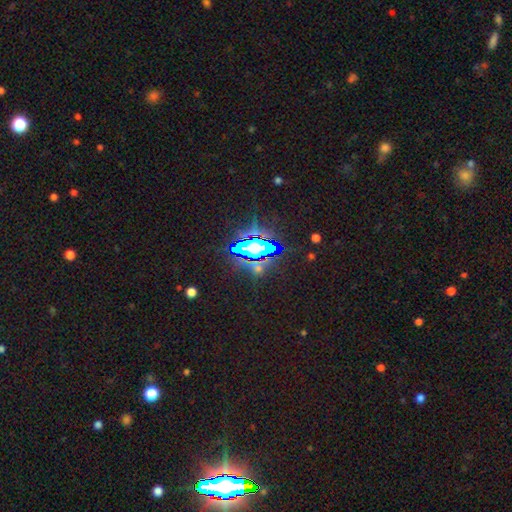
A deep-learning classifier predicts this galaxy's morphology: smooth_or_featured: star or artifact (p=0.79) [alt: smooth p=0.13]